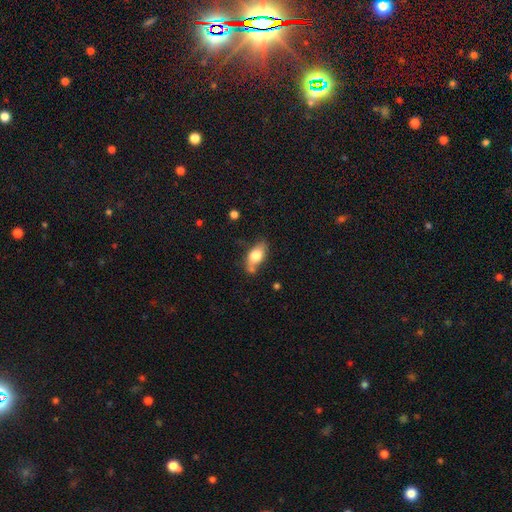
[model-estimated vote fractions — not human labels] The model was most divided on "merging": none: 60%, minor disturbance: 24%, merger: 9%, major disturbance: 6%. More confident: how rounded — in between (84%); smooth or featured — smooth (69%).